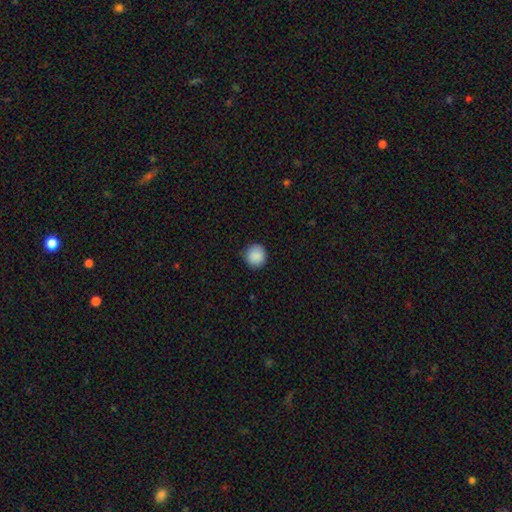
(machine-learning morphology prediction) type=smooth (89%); roundness=round (94%); merging=none (90%).